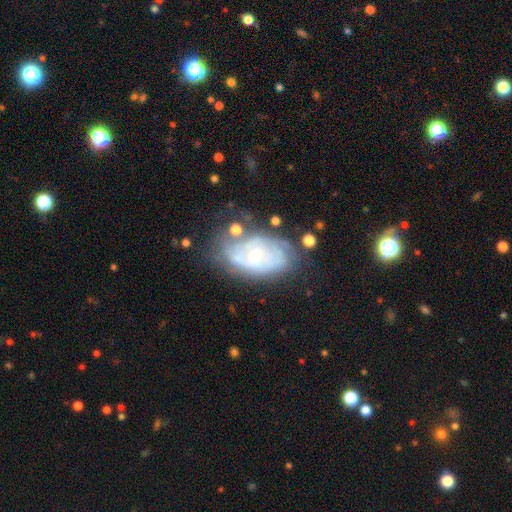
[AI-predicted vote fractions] This appears to be a featured or disk galaxy (69%) with no bar (73%), spiral arms (73%) and a small central bulge (66%). Merging: none (54%).